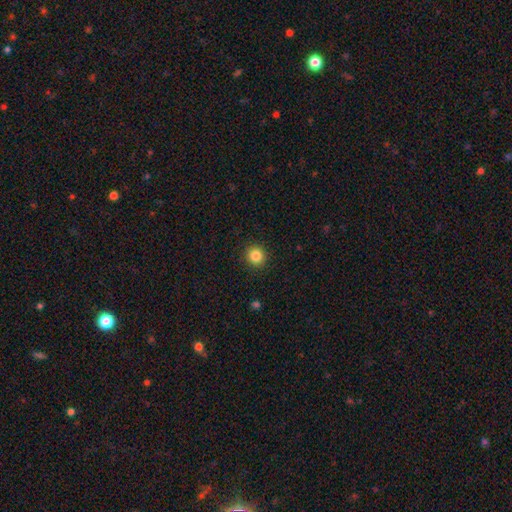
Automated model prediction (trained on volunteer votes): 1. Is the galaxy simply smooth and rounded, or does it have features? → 85% smooth, 11% star or artifact, 4% featured or disk.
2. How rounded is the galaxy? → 93% round, 6% in between, 1% cigar-shaped.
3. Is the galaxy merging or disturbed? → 92% none, 5% minor disturbance, 2% major disturbance, 1% merger.